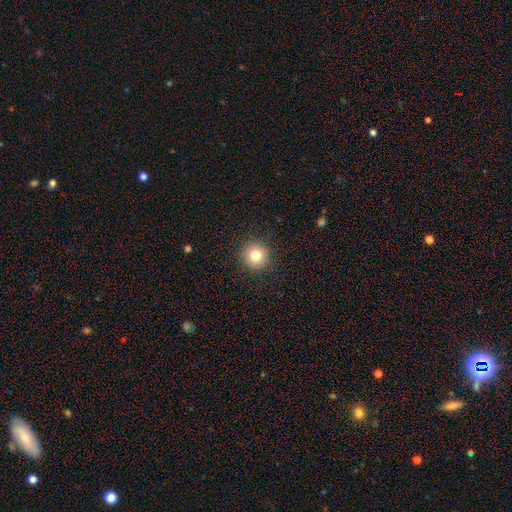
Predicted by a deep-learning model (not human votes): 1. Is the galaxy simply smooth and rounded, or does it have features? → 81% smooth, 11% star or artifact, 8% featured or disk.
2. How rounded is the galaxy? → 94% round, 5% in between, 1% cigar-shaped.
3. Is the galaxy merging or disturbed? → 91% none, 6% minor disturbance, 2% major disturbance, 1% merger.